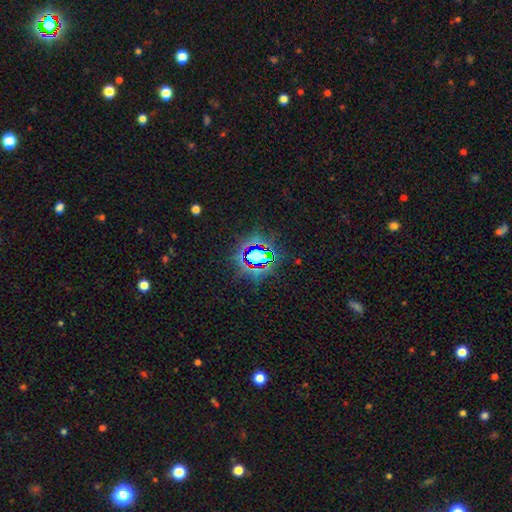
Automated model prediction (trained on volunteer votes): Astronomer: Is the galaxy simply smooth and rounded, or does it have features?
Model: star or artifact — 73%.